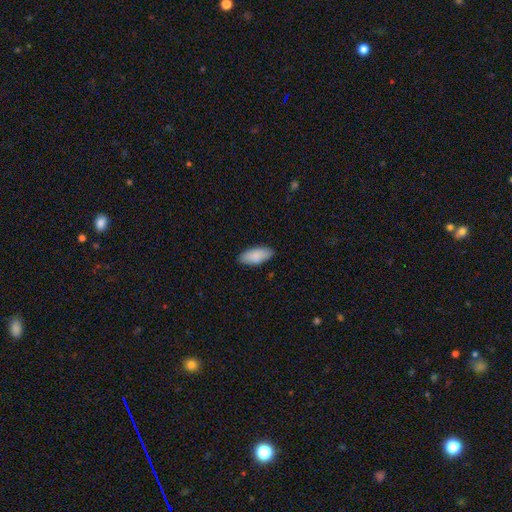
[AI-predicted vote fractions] smooth-or-featured: smooth: 88% | featured or disk: 6% | star or artifact: 6%
  how-rounded: in between: 89% | cigar-shaped: 10% | round: 2%
  merging: none: 87% | minor disturbance: 10% | major disturbance: 2% | merger: 1%